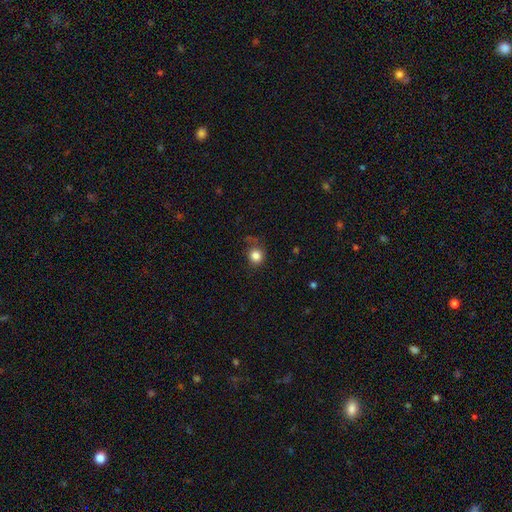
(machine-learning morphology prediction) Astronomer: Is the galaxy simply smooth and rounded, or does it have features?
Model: smooth — 82%.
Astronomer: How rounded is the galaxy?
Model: round — 87%.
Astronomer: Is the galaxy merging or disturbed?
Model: none — 72%.